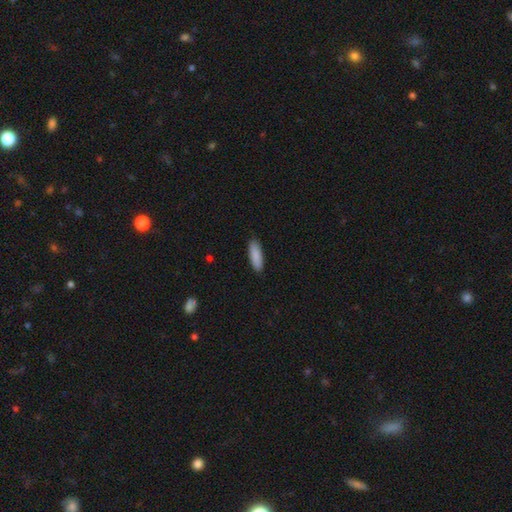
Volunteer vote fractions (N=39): This appears to be a smooth galaxy with no disk features (90%) that is cigar-shaped (57%). Merging: none (94%).